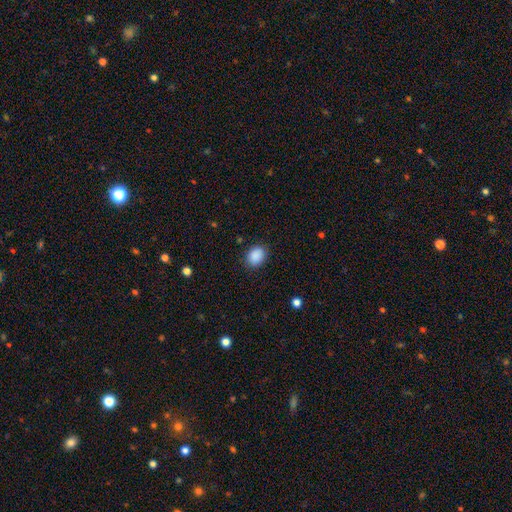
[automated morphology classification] smooth_or_featured: smooth (p=0.89) [alt: star or artifact p=0.08]
how_rounded: in between (p=0.58) [alt: round p=0.41]
merging: none (p=0.85) [alt: minor disturbance p=0.11]